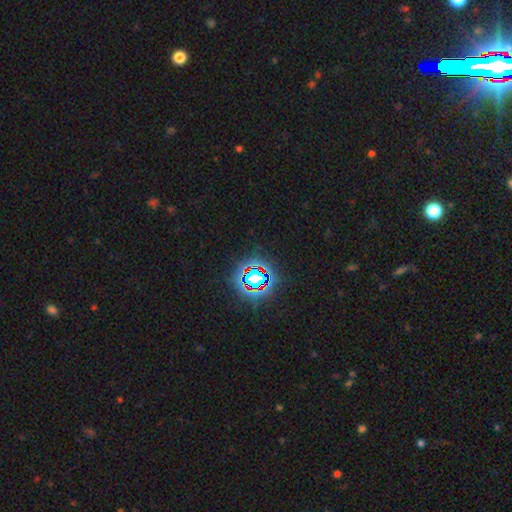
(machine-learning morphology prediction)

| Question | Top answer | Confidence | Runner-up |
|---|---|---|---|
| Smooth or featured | star or artifact | 81% | smooth (11%) |